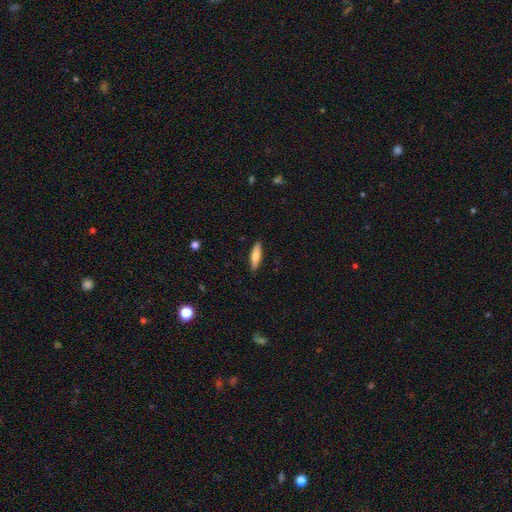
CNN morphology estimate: Smooth or featured? smooth (68%)
How rounded? cigar-shaped (72%)
Merging? none (90%)